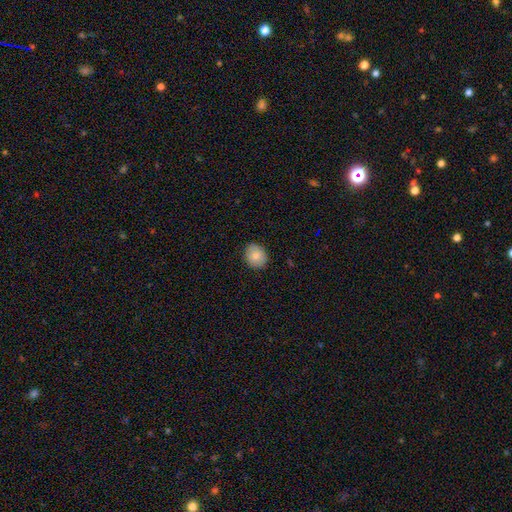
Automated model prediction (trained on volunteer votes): Overall: smooth (83%). How rounded: round (67%; in between 32%). Merging: none (88%).